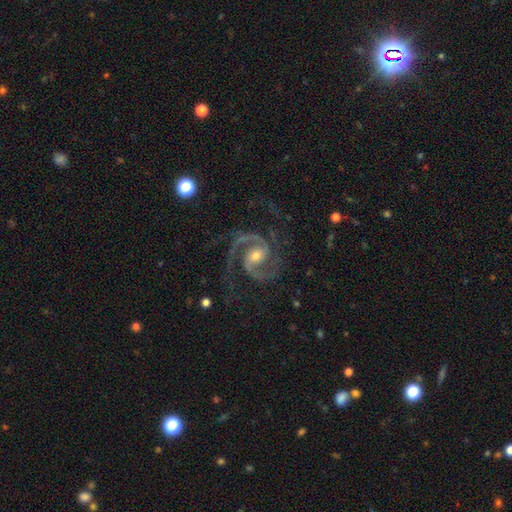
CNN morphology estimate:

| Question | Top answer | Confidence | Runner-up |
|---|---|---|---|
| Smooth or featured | featured or disk | 93% | star or artifact (5%) |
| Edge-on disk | no | 98% | yes (2%) |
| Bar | no | 41% | tied: weak (41%) |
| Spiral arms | yes | 99% | no (1%) |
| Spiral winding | medium | 61% | tight (30%) |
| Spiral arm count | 2 | 90% | 3 (4%) |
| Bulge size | moderate | 56% | small (39%) |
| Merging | none | 77% | minor disturbance (14%) |